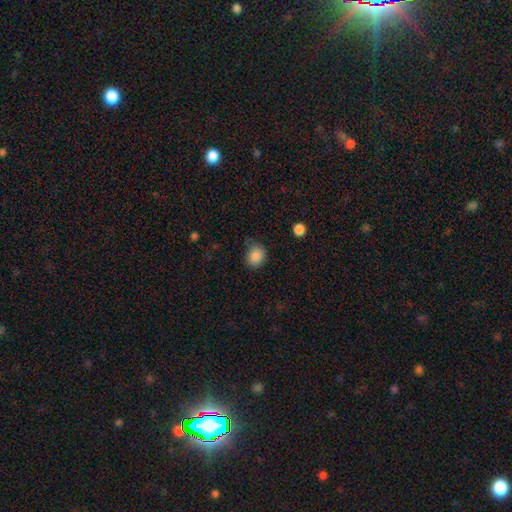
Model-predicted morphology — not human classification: Smooth or featured? smooth (87%)
How rounded? round (66%)
Merging? none (74%)